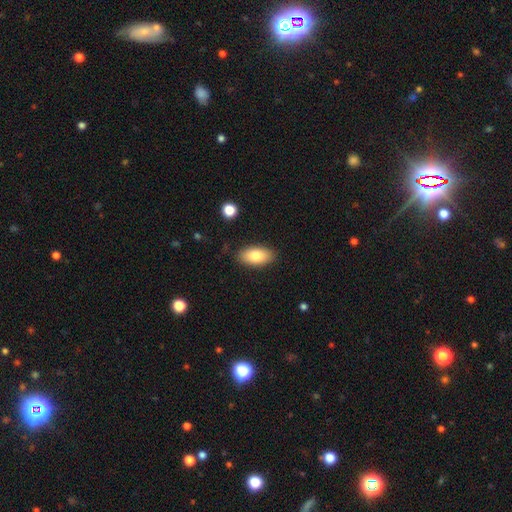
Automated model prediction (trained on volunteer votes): Smooth or featured?
  - smooth: 81% *
  - featured or disk: 12%
  - star or artifact: 7%
How rounded?
  - in between: 92% *
  - cigar-shaped: 4%
  - round: 3%
Merging?
  - none: 86% *
  - minor disturbance: 10%
  - major disturbance: 2%
  - merger: 1%